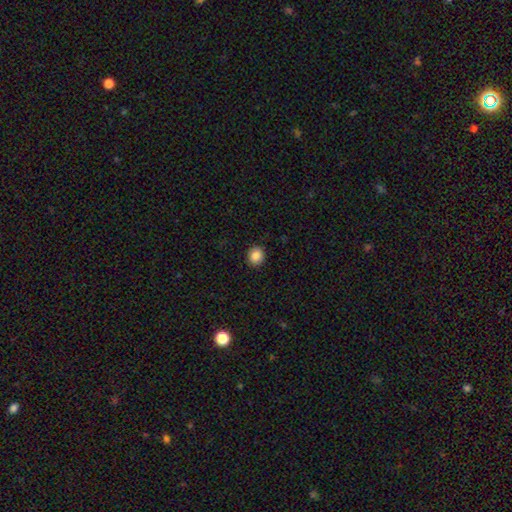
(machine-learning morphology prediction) Q: Smooth or featured?
A: smooth (86%); runner-up: star or artifact (9%)
Q: How rounded?
A: round (83%); runner-up: in between (16%)
Q: Merging?
A: none (91%); runner-up: minor disturbance (6%)